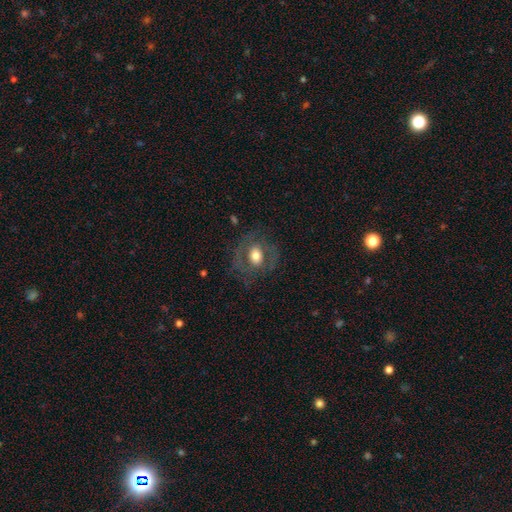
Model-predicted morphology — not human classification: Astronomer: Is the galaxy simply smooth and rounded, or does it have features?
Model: smooth — 49% (runner-up: featured or disk, 42%).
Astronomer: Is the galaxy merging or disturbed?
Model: none — 70%.